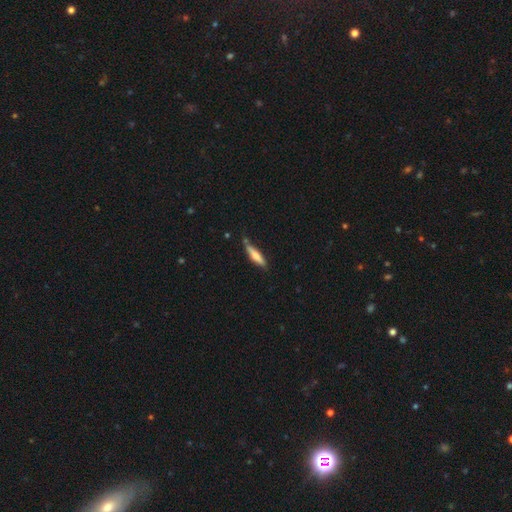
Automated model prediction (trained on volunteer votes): smooth 65%, featured or disk 29%, star or artifact 6%. Down the decision tree: how rounded — cigar-shaped (80%); merging — none (72%).